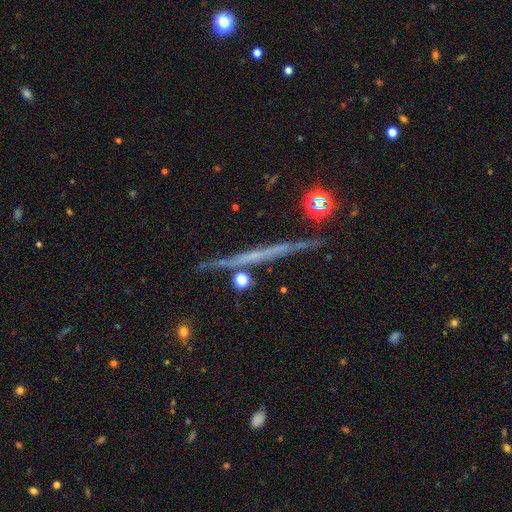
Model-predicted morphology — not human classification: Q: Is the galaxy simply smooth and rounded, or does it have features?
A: featured or disk — 70%.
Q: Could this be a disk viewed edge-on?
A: yes — 97%.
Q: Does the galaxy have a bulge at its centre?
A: none — 81%.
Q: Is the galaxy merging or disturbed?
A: none — 89%.